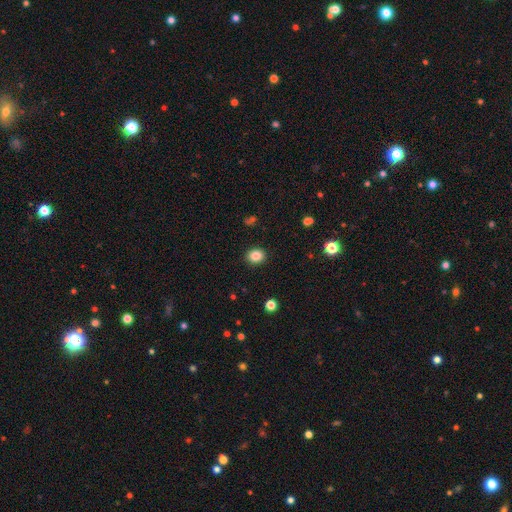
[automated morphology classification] smooth 85%, star or artifact 11%, featured or disk 4%. Down the decision tree: how rounded — round (59%); merging — none (90%).